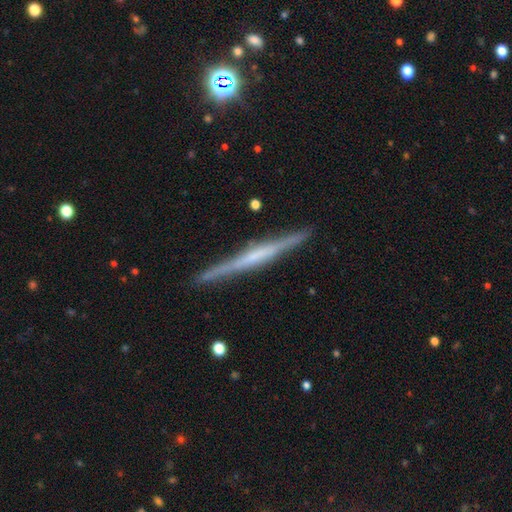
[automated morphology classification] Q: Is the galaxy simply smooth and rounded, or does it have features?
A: featured or disk — 72%.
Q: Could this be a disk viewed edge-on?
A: yes — 98%.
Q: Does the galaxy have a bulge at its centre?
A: none — 49%.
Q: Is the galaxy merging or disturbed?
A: none — 90%.